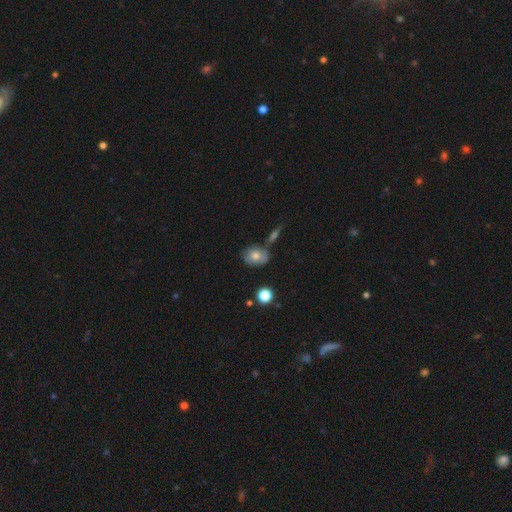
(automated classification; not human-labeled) Smooth or featured? smooth (71%)
How rounded? in between (53%)
Merging? none (61%)